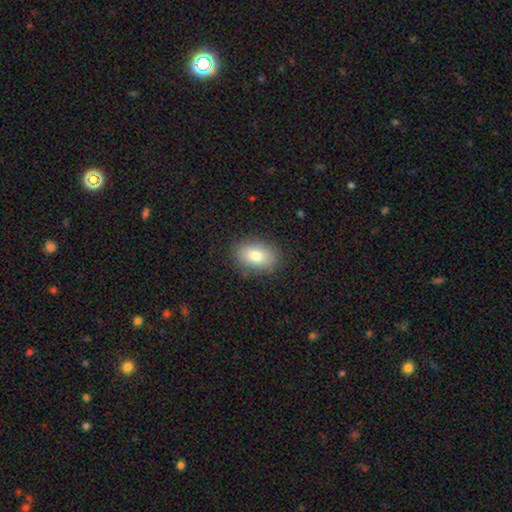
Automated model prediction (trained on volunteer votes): Smooth or featured: smooth — 81% (featured or disk — 11%)
How rounded: in between — 84% (round — 15%)
Merging: none — 86% (minor disturbance — 10%)